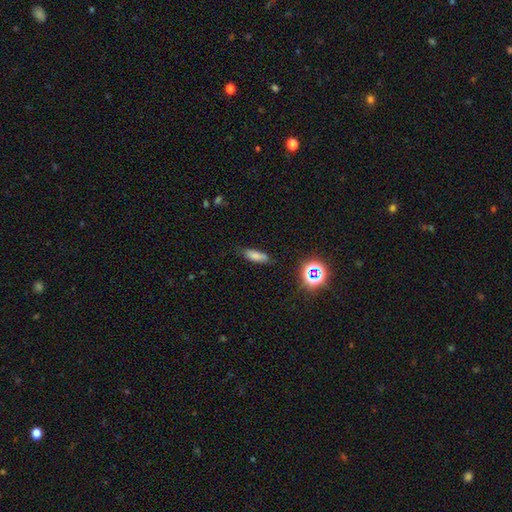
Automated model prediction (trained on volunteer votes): Smooth or featured? smooth (76%)
How rounded? in between (53%)
Merging? none (77%)